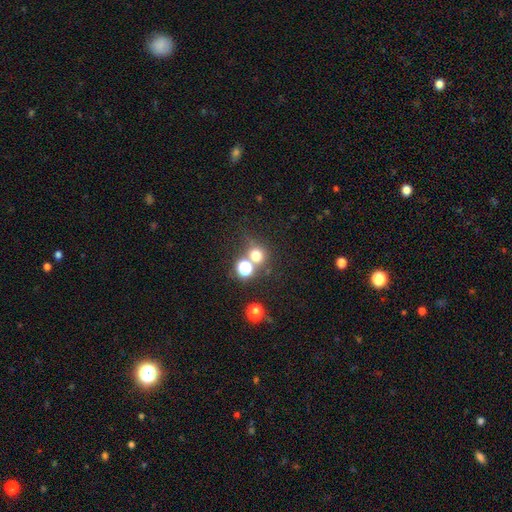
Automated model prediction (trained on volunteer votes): smooth 69%, star or artifact 23%, featured or disk 9%. Down the decision tree: how rounded — round (87%); merging — none (61%).